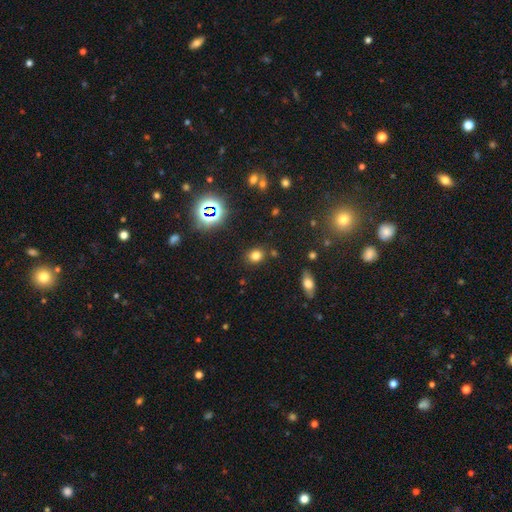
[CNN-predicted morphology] The model was most divided on "how rounded": round: 66%, in between: 33%, cigar-shaped: 1%. More confident: merging — none (84%); smooth or featured — smooth (74%).